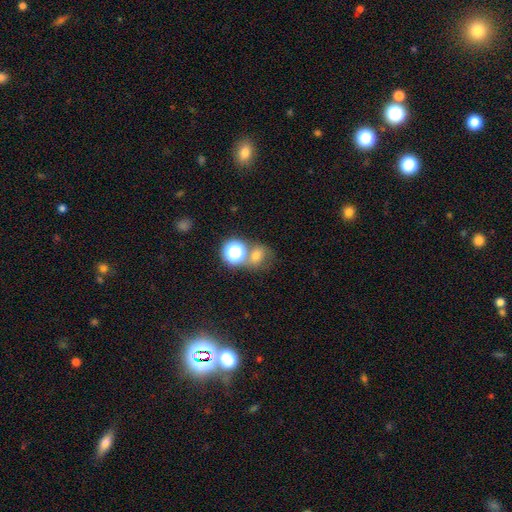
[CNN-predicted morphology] Smooth or featured? smooth (64%)
How rounded? round (65%)
Merging? none (52%)